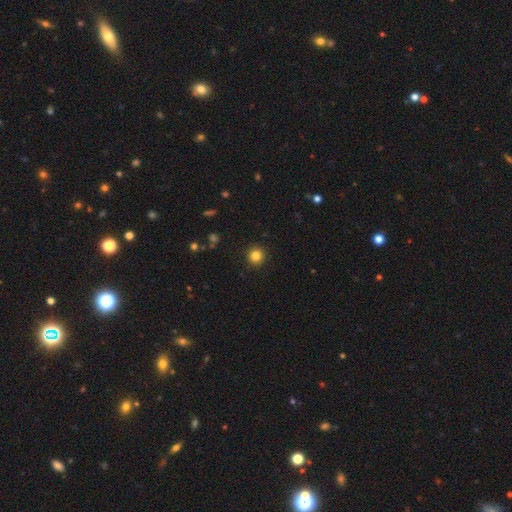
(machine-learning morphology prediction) This appears to be a smooth galaxy with no disk features (83%) that is round (94%). Merging: none (92%).